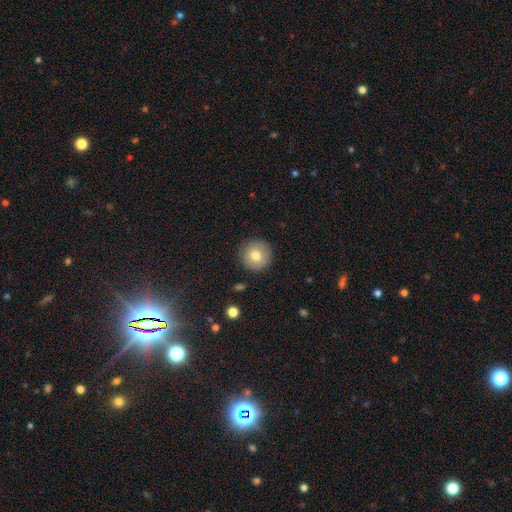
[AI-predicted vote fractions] Smooth or featured?
  - smooth: 75% *
  - featured or disk: 16%
  - star or artifact: 9%
How rounded?
  - round: 95% *
  - in between: 4%
  - cigar-shaped: 1%
Merging?
  - none: 89% *
  - minor disturbance: 8%
  - major disturbance: 2%
  - merger: 1%